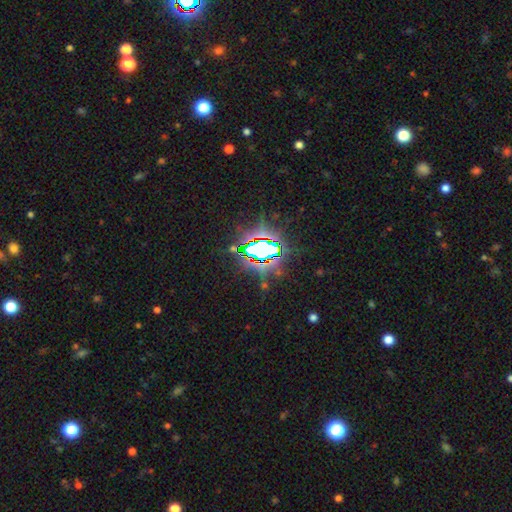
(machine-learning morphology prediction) smooth-or-featured: star or artifact: 75% | smooth: 14% | featured or disk: 11%